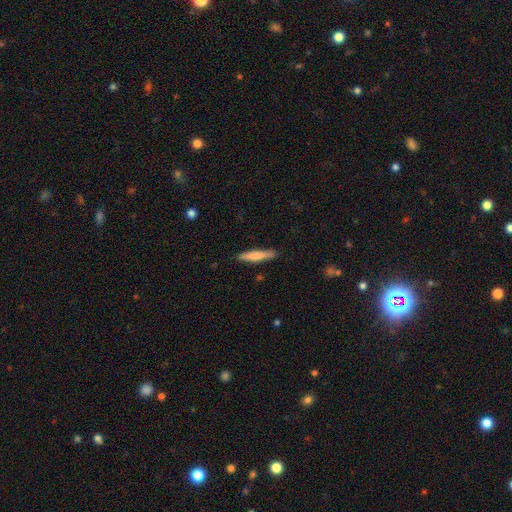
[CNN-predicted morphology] Overall: smooth (70%). How rounded: cigar-shaped (92%). Merging: none (87%).